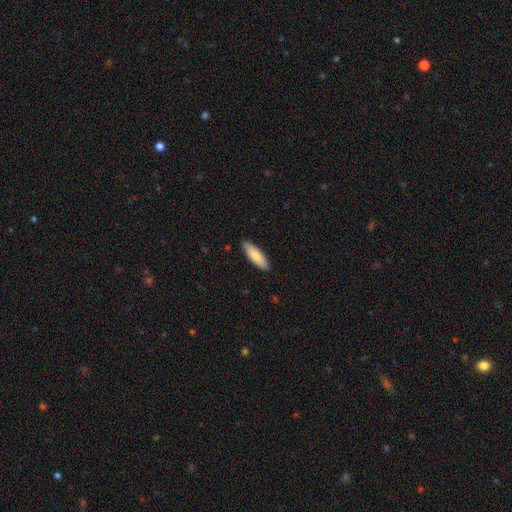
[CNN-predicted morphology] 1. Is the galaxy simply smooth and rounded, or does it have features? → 83% smooth, 12% featured or disk, 5% star or artifact.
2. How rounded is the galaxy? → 51% in between, 48% cigar-shaped, 1% round.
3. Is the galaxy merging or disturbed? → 89% none, 9% minor disturbance, 1% major disturbance, 1% merger.